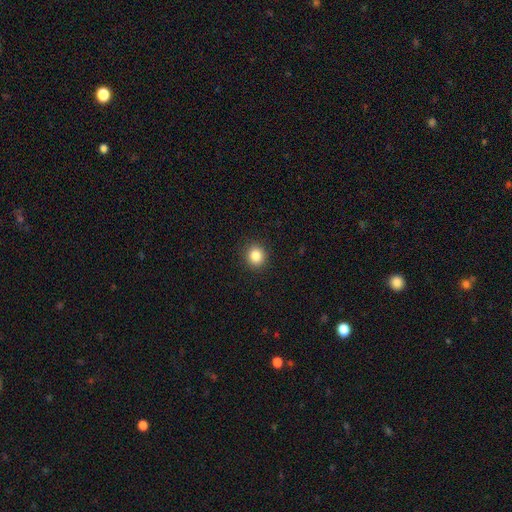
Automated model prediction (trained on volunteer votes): Overall: smooth (85%). How rounded: round (86%). Merging: none (91%).